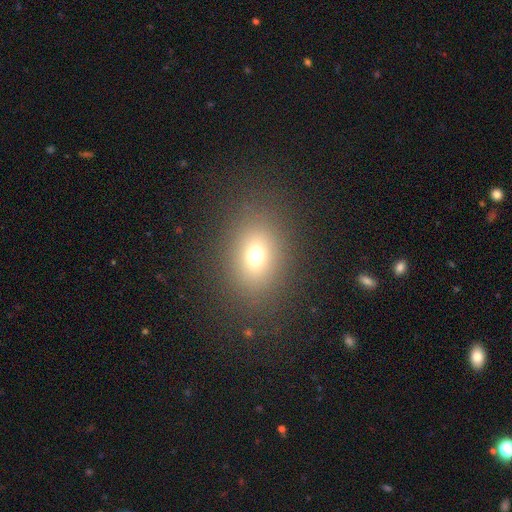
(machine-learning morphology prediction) A smooth galaxy with no disk features (70%) that is in between round and cigar-shaped (63%).

Vote fractions:
- Smooth or featured? smooth: 70% / star or artifact: 18% / featured or disk: 13%
- How rounded? in between: 63% / round: 36% / cigar-shaped: 1%
- Merging? none: 85% / minor disturbance: 9% / major disturbance: 6% / merger: 1%